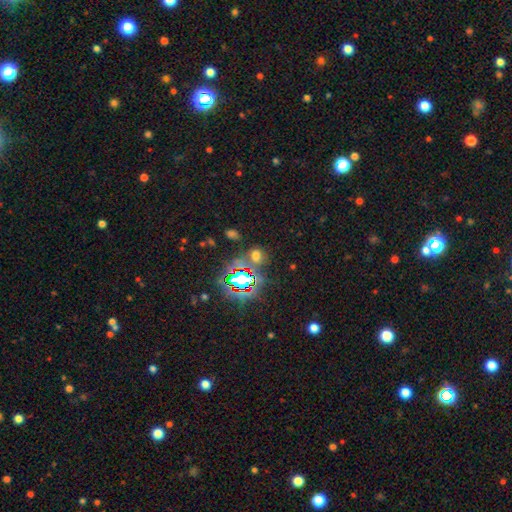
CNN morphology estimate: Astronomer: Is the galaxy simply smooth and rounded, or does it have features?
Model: smooth — 46%, tied with star or artifact at 46%.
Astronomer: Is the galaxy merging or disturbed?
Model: none — 68%.